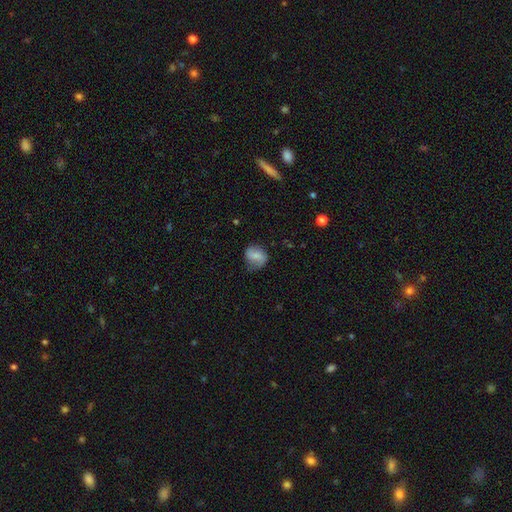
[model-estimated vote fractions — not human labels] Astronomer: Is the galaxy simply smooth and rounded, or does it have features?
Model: smooth — 59%.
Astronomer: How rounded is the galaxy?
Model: round — 63%.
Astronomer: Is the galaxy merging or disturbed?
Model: none — 59%.